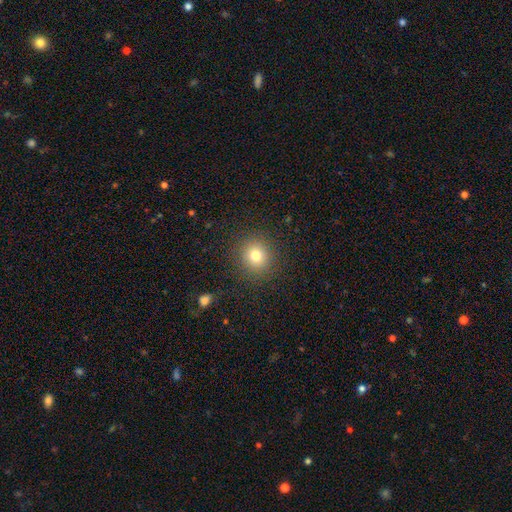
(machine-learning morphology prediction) smooth-or-featured: smooth: 78% | star or artifact: 13% | featured or disk: 9%
  how-rounded: round: 89% | in between: 10% | cigar-shaped: 1%
  merging: none: 89% | minor disturbance: 7% | major disturbance: 3% | merger: 1%